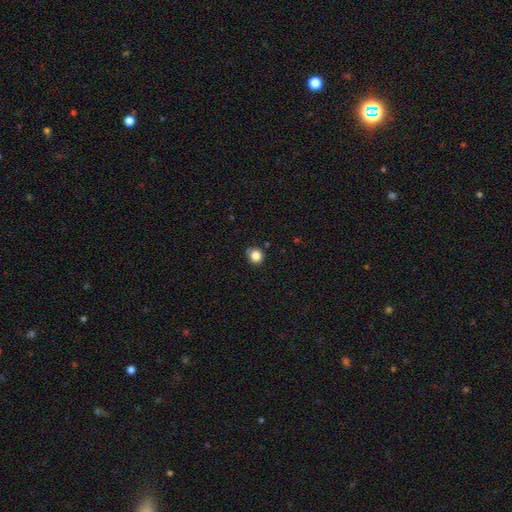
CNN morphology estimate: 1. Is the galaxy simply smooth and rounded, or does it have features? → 84% smooth, 12% star or artifact, 4% featured or disk.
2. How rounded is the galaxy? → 88% round, 11% in between, 1% cigar-shaped.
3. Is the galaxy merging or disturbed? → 84% none, 11% minor disturbance, 3% merger, 2% major disturbance.